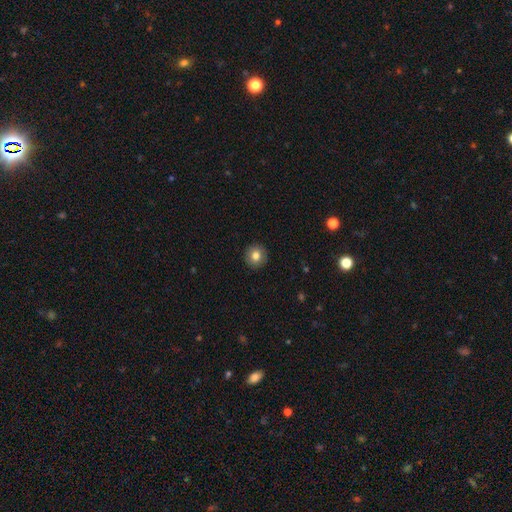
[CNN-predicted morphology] This is clearly a smooth galaxy (81%). How rounded: clearly round (93%). Merging: clearly none (92%).